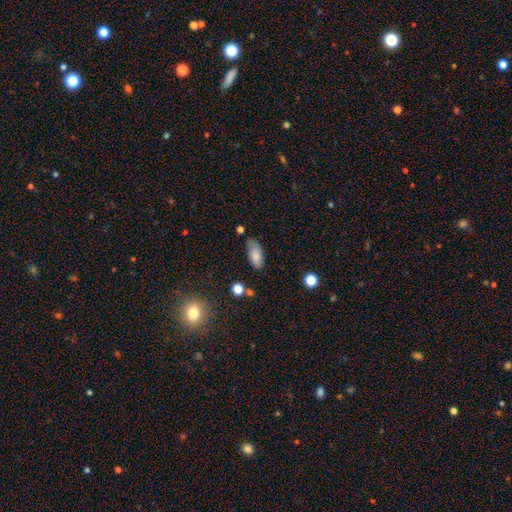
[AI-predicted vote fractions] Smooth or featured: smooth — 81% (featured or disk — 11%)
How rounded: in between — 87% (cigar-shaped — 10%)
Merging: none — 66% (minor disturbance — 25%)